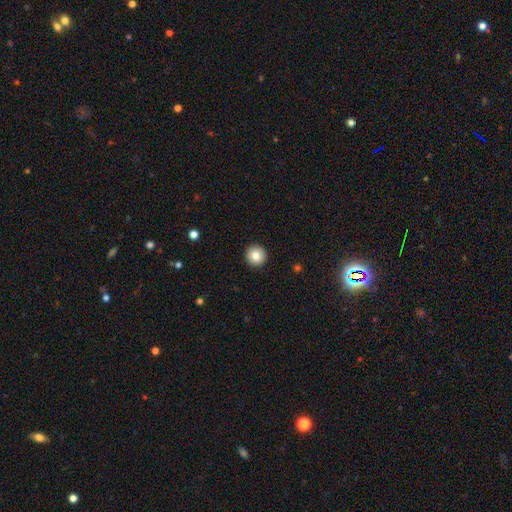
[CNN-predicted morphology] Smooth or featured? Predicted: smooth (p=0.83). How rounded? Predicted: round (p=0.96). Merging? Predicted: none (p=0.94).